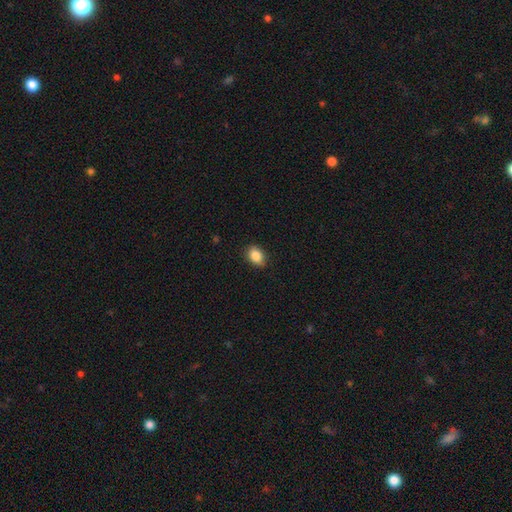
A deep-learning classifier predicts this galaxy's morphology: smooth-or-featured: smooth: 86% | star or artifact: 8% | featured or disk: 5%
  how-rounded: in between: 72% | round: 26% | cigar-shaped: 1%
  merging: none: 85% | minor disturbance: 11% | major disturbance: 2% | merger: 1%